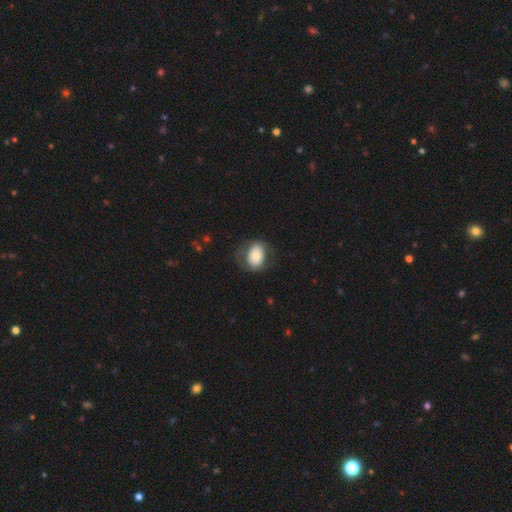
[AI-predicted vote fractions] Q: Smooth or featured?
A: smooth (65%); runner-up: featured or disk (28%)
Q: How rounded?
A: in between (58%); runner-up: round (41%)
Q: Merging?
A: none (69%); runner-up: minor disturbance (18%)